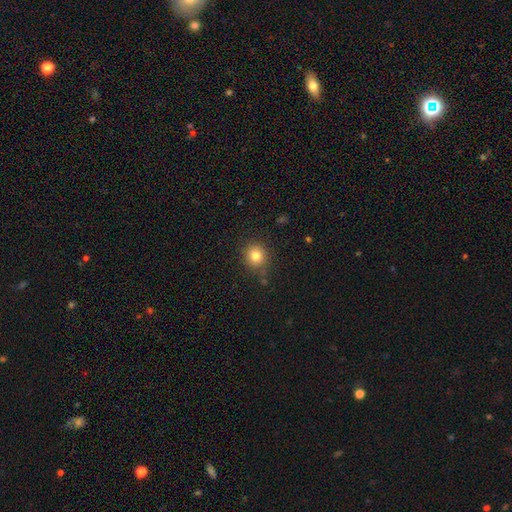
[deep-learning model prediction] smooth-or-featured: smooth: 80% | star or artifact: 13% | featured or disk: 7%
  how-rounded: round: 88% | in between: 11% | cigar-shaped: 1%
  merging: none: 84% | minor disturbance: 11% | major disturbance: 3% | merger: 2%